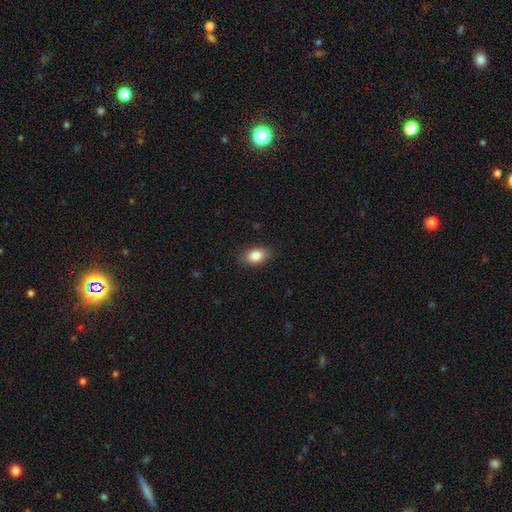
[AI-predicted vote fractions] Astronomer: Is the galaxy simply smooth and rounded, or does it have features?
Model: smooth — 86%.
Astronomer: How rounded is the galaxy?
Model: in between — 87%.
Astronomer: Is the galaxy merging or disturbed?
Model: none — 87%.